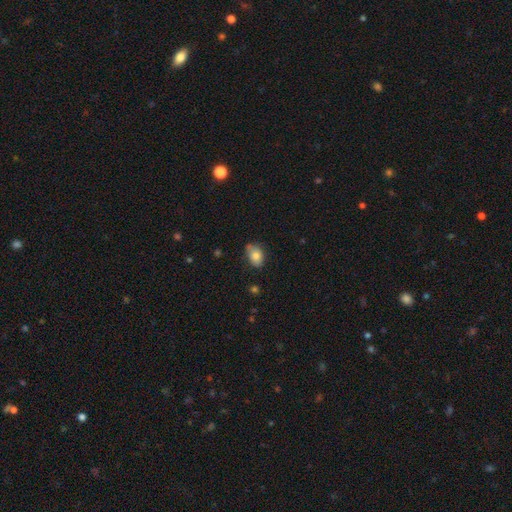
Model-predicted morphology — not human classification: The model was most divided on "merging": none: 67%, minor disturbance: 26%, major disturbance: 4%, merger: 3%. More confident: how rounded — in between (83%); smooth or featured — smooth (79%).